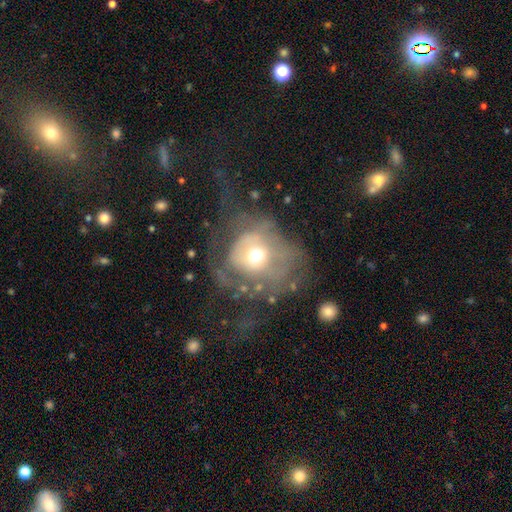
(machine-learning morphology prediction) Smooth or featured? featured or disk (49%)
Merging? major disturbance (46%)